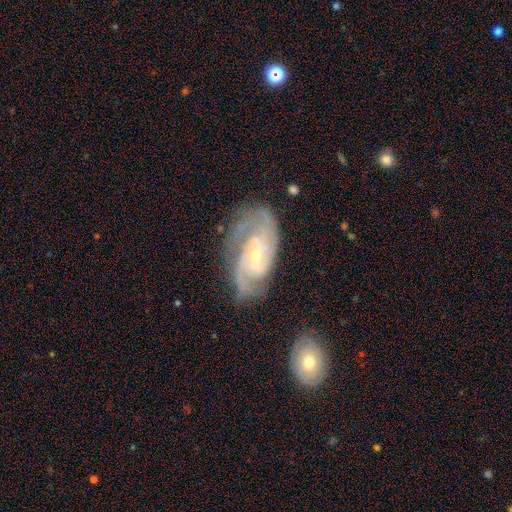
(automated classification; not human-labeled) This is clearly a featured or disk galaxy (88%). It is clearly not viewed edge-on (96%). Bar: possibly no (53%). Spiral arm pattern: clearly yes (97%). Spiral arm count: marginally 2 (40%). Spiral winding: possibly tight (56%). Central bulge: likely small (71%). Merging: likely none (68%).